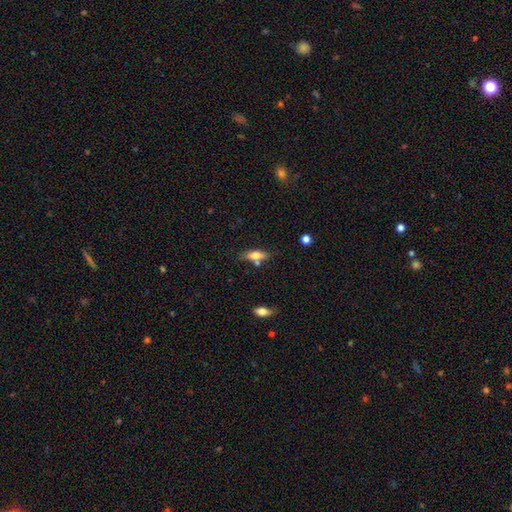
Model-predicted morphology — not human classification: type=smooth (61%); roundness=in between (58%); merging=none (65%).